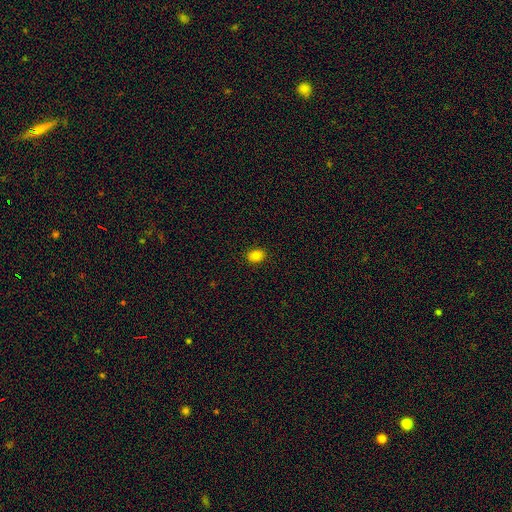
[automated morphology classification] This appears to be a smooth galaxy with no disk features (84%) that is in between round and cigar-shaped (55%). Merging: none (90%).